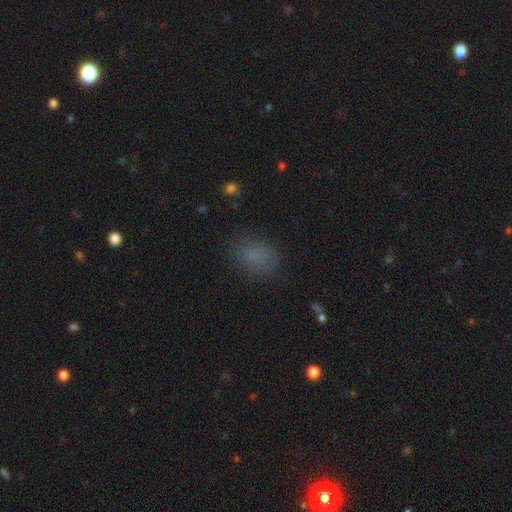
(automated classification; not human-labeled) Q: Smooth or featured?
A: smooth (78%); runner-up: star or artifact (16%)
Q: How rounded?
A: in between (72%); runner-up: round (26%)
Q: Merging?
A: none (78%); runner-up: minor disturbance (15%)